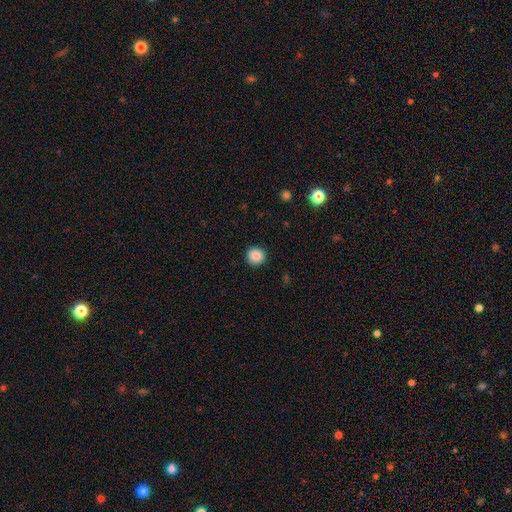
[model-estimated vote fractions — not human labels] Overall: smooth (88%). How rounded: round (93%). Merging: none (91%).